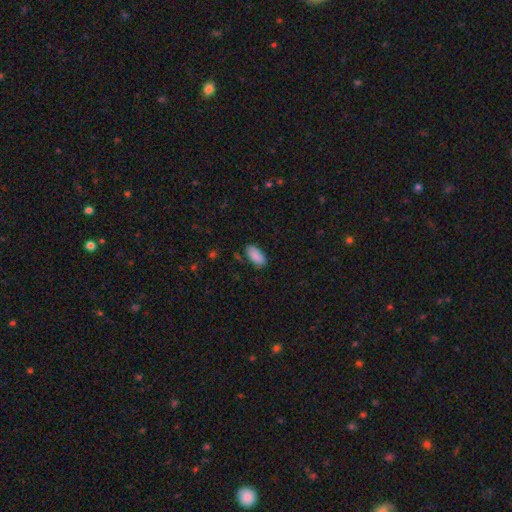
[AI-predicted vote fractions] This appears to be a smooth galaxy with no disk features (89%) that is in between round and cigar-shaped (93%). Merging: none (84%).